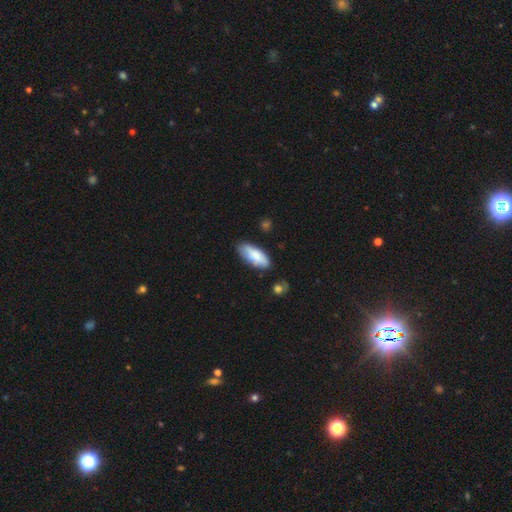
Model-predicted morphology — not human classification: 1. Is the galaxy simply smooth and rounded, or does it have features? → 80% smooth, 14% featured or disk, 6% star or artifact.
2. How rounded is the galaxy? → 77% in between, 21% cigar-shaped, 2% round.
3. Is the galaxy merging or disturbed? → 74% none, 19% minor disturbance, 3% major disturbance, 3% merger.